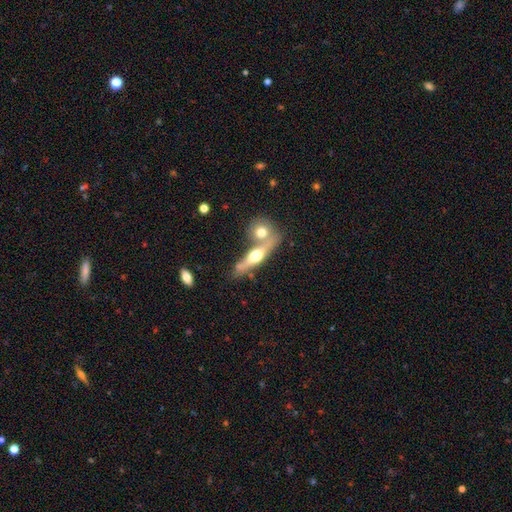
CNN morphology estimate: Smooth or featured? featured or disk (59%)
Edge-on disk? yes (88%)
Edge-on bulge? rounded (94%)
Merging? none (49%)